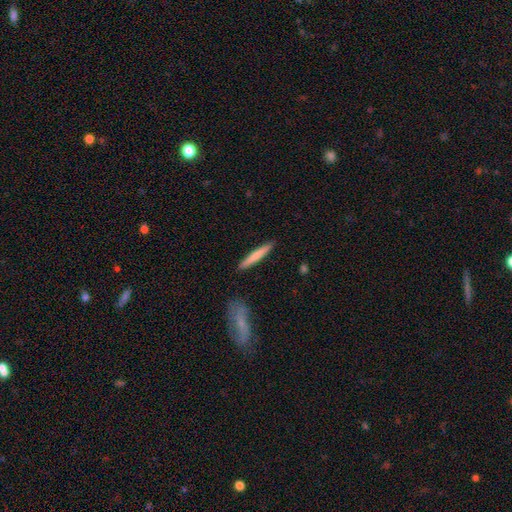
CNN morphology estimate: This appears to be a smooth galaxy with no disk features (67%) that is cigar-shaped (95%). Merging: none (90%).